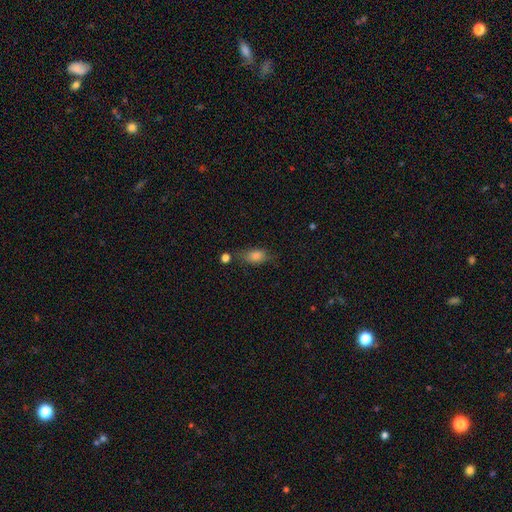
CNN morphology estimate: The model was most divided on "merging": none: 62%, minor disturbance: 23%, major disturbance: 9%, merger: 7%. More confident: how rounded — in between (80%); smooth or featured — smooth (77%).